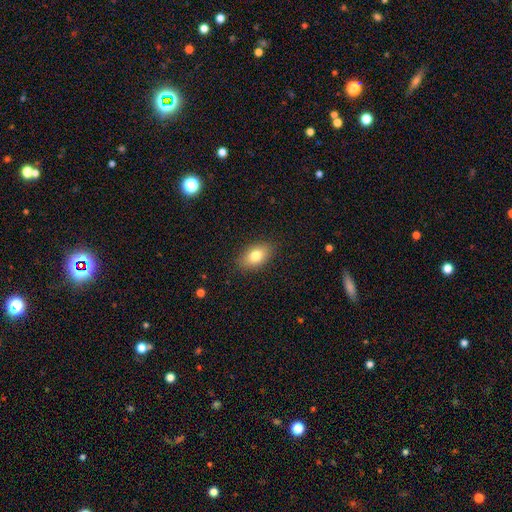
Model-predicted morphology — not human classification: Smooth or featured? smooth (79%)
How rounded? in between (90%)
Merging? none (87%)